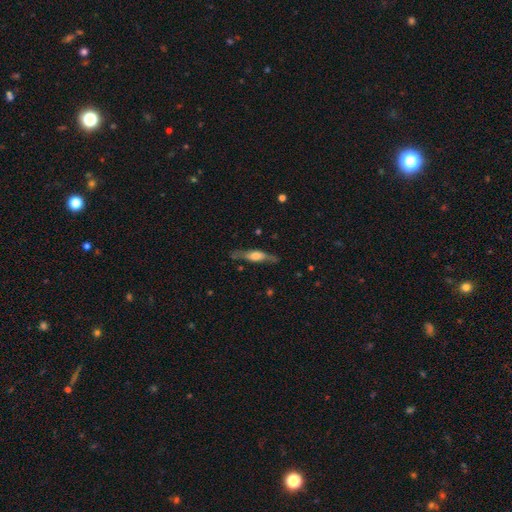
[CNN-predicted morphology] This appears to be a featured or disk galaxy (58%) viewed edge-on (83%). Merging: none (76%).